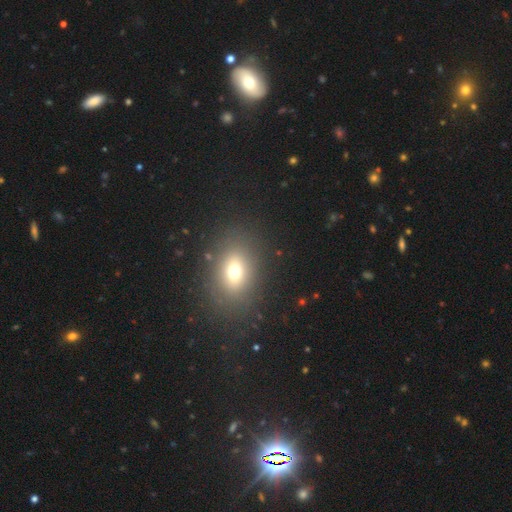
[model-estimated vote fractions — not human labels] smooth 59%, star or artifact 30%, featured or disk 11%. Down the decision tree: how rounded — in between (65%); merging — none (88%).